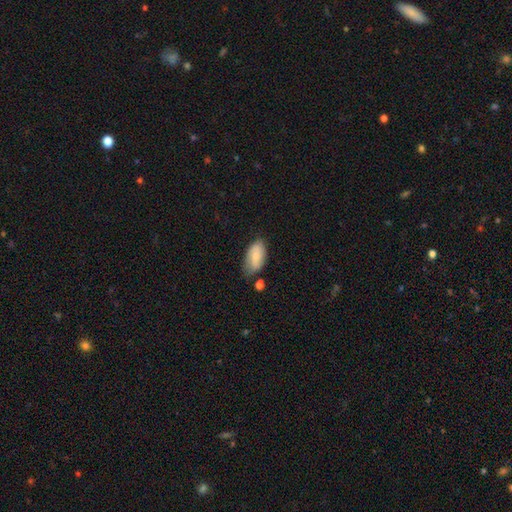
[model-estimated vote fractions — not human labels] smooth 73%, featured or disk 21%, star or artifact 6%. Down the decision tree: how rounded — in between (93%); merging — none (60%).